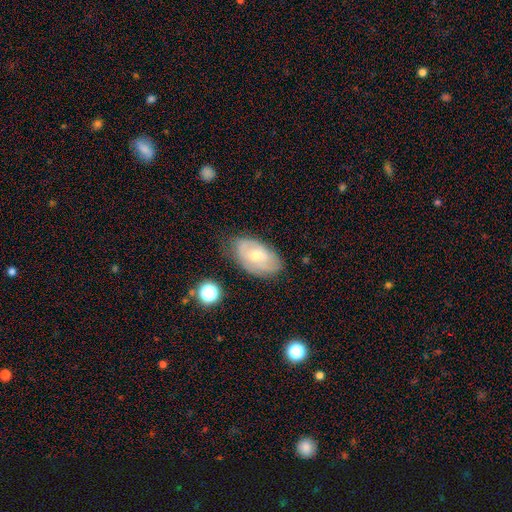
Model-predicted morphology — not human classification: Overall: featured or disk (50%; smooth 42%). Edge-on disk: no (92%). Merging: none (66%).